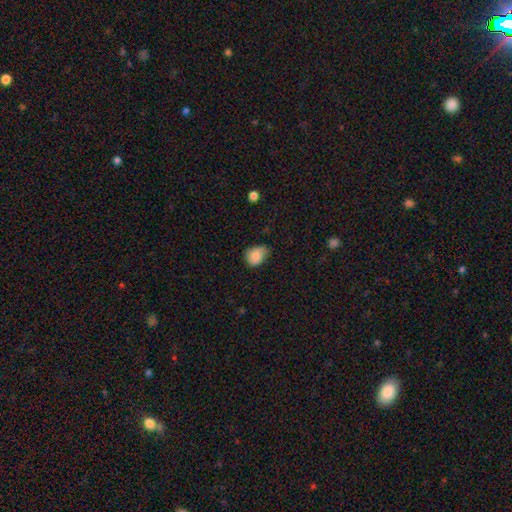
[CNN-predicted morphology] smooth 82%, featured or disk 10%, star or artifact 8%. Down the decision tree: how rounded — in between (60%); merging — none (54%).